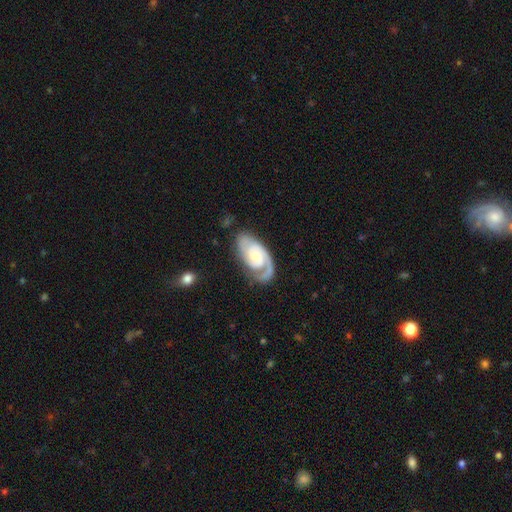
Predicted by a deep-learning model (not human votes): smooth_or_featured: featured or disk (p=0.89) [alt: smooth p=0.07]
disk_edge_on: no (p=0.97) [alt: yes p=0.03]
bar: no (p=0.58) [alt: weak p=0.33]
has_spiral_arms: yes (p=0.97) [alt: no p=0.03]
spiral_winding: tight (p=0.60) [alt: medium p=0.34]
spiral_arm_count: 2 (p=0.78) [alt: 1 p=0.13]
bulge_size: small (p=0.47) [alt: moderate p=0.46]
merging: none (p=0.76) [alt: minor disturbance p=0.16]